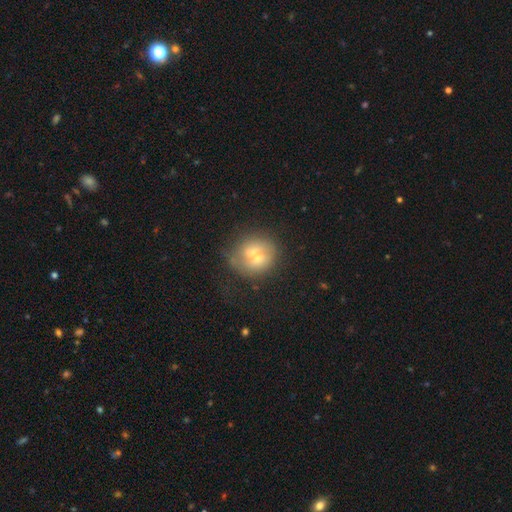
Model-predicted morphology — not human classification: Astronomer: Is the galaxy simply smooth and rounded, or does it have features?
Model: smooth — 53% (runner-up: featured or disk, 37%).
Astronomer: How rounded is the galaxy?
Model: round — 81%.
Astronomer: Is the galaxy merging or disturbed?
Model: none — 50%.